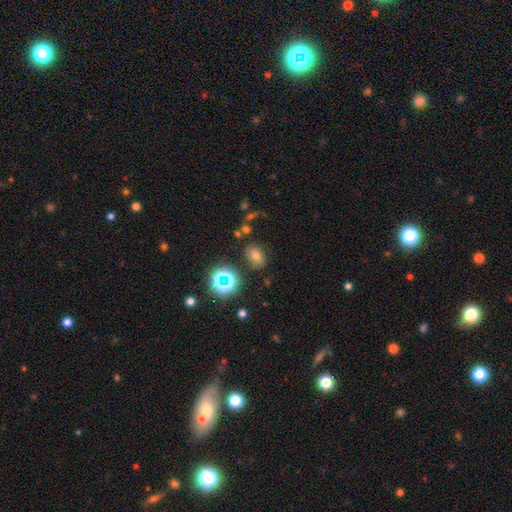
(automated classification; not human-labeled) A smooth galaxy with no disk features (62%) that is in between round and cigar-shaped (68%).

Vote fractions:
- Smooth or featured? smooth: 62% / star or artifact: 23% / featured or disk: 15%
- How rounded? in between: 68% / round: 31% / cigar-shaped: 1%
- Merging? none: 77% / minor disturbance: 13% / merger: 5% / major disturbance: 4%